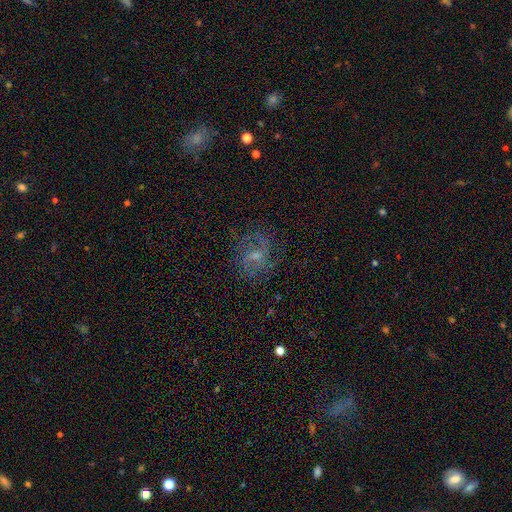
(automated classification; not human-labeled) This is likely a featured or disk galaxy (67%). It is clearly not viewed edge-on (97%). Bar: possibly weak (50%). Spiral arm pattern: clearly yes (83%). Spiral arm count: possibly 2 (52%). Spiral winding: possibly medium (46%). Central bulge: possibly small (53%). Merging: likely none (64%).